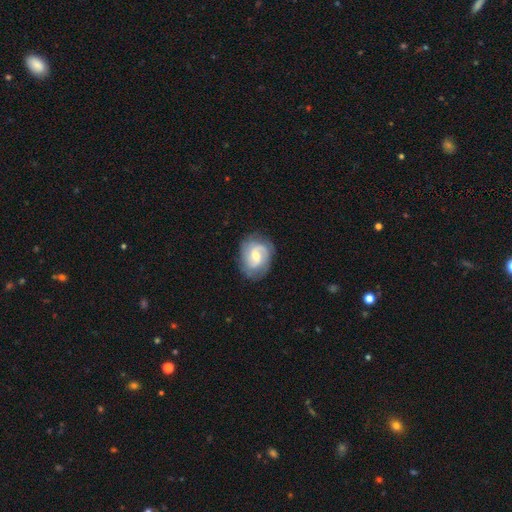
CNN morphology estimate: Smooth or featured? featured or disk (76%)
Edge-on disk? no (98%)
Bar? weak (53%)
Spiral arms? yes (94%)
Spiral winding? medium (45%)
Spiral arm count? 2 (63%)
Bulge size? moderate (52%)
Merging? none (76%)